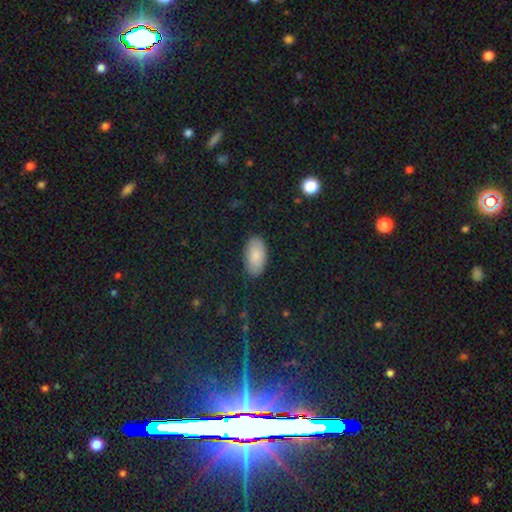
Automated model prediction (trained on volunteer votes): Smooth or featured? smooth (85%)
How rounded? in between (95%)
Merging? none (87%)